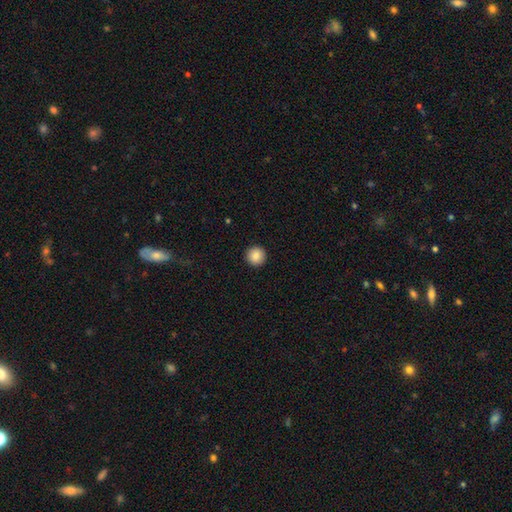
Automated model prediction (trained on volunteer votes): This appears to be a smooth galaxy with no disk features (88%) that is round (96%). Merging: none (93%).